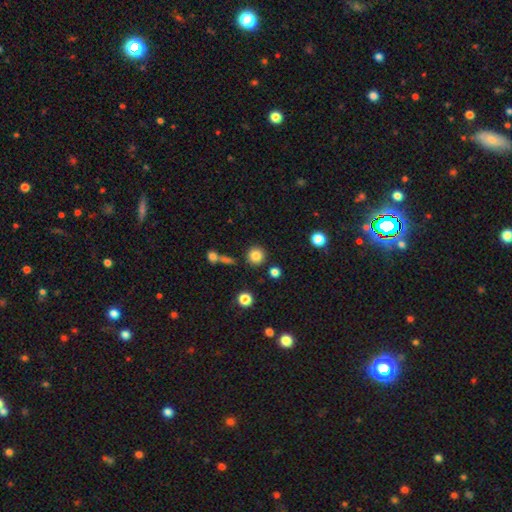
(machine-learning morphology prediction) Smooth or featured? Predicted: smooth (p=0.83). How rounded? Predicted: round (p=0.94). Merging? Predicted: none (p=0.86).